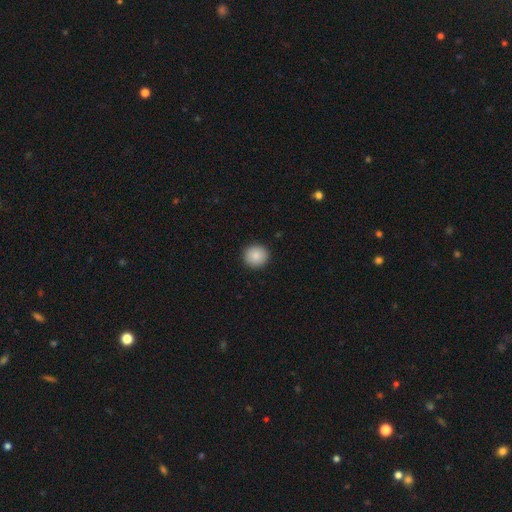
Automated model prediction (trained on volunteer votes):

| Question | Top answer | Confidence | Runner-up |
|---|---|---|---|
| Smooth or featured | smooth | 87% | star or artifact (8%) |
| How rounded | round | 93% | in between (6%) |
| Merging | none | 93% | minor disturbance (5%) |